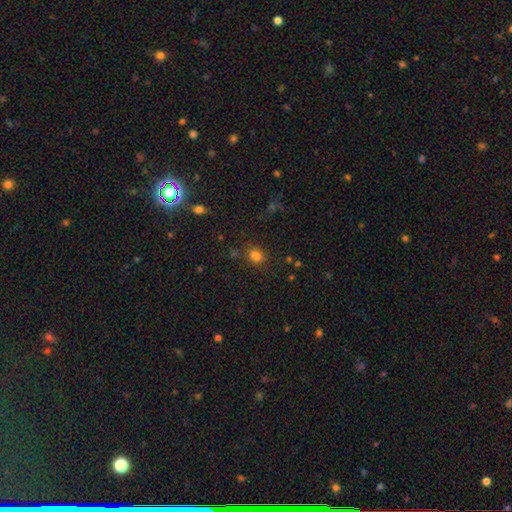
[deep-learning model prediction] Smooth or featured? Predicted: smooth (p=0.80). How rounded? Predicted: round (p=0.56). Merging? Predicted: none (p=0.79).